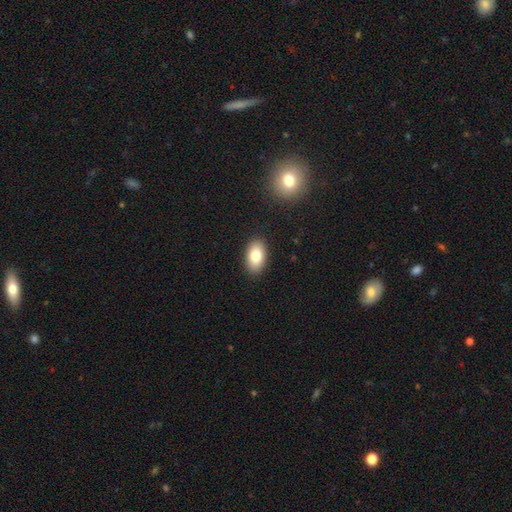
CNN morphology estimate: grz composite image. It shows a smooth galaxy with no disk features (82%) that is in between round and cigar-shaped (93%). Merging: none (89%).